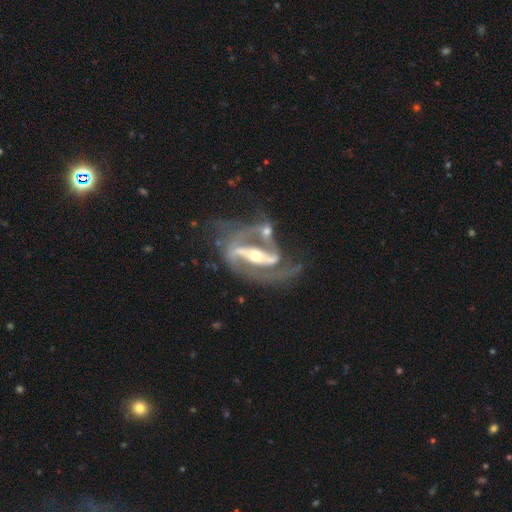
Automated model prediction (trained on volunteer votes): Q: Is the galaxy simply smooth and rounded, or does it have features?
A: featured or disk — 91%.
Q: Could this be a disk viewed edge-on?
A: no — 93%.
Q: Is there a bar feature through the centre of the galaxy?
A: strong — 71%.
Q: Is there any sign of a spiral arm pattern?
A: yes — 94%.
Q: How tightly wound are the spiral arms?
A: medium — 50%.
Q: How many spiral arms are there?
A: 2 — 87%.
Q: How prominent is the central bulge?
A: moderate — 54%.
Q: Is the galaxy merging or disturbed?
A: none — 44%.